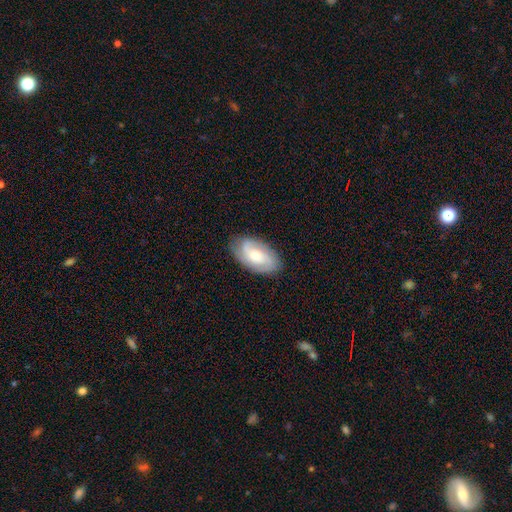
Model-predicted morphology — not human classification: Smooth or featured: featured or disk — 65% (smooth — 29%)
Edge-on disk: no — 95% (yes — 5%)
Bar: no — 63% (weak — 31%)
Spiral arms: yes — 91% (no — 9%)
Spiral winding: medium — 42% (tight — 41%)
Spiral arm count: 2 — 46% (can't tell — 22%)
Bulge size: moderate — 55% (small — 35%)
Merging: none — 81% (minor disturbance — 14%)